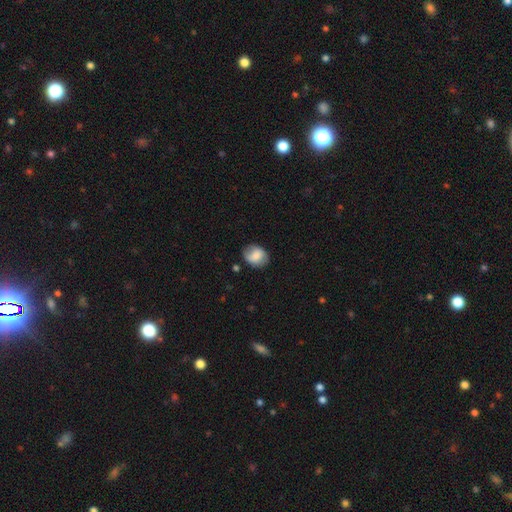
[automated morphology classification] smooth 68%, featured or disk 24%, star or artifact 8%. Down the decision tree: how rounded — round (52%); merging — none (72%).